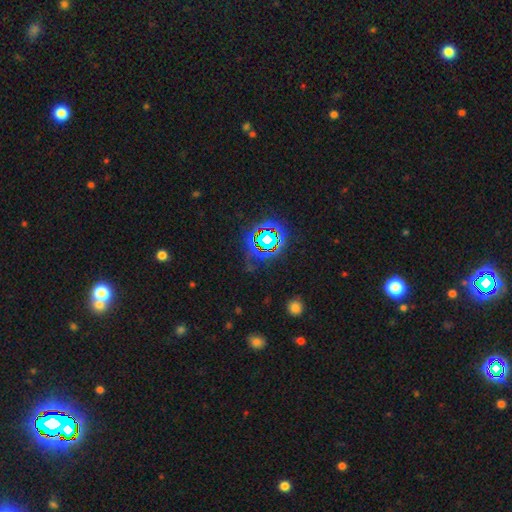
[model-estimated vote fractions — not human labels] smooth-or-featured: star or artifact: 70% | smooth: 18% | featured or disk: 11%